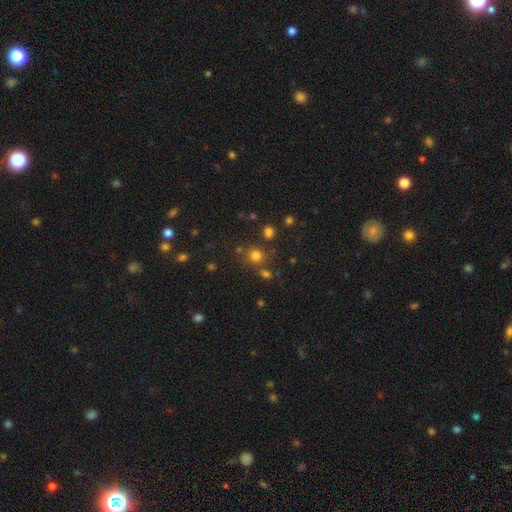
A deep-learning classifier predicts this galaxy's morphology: smooth-or-featured: smooth: 74% | star or artifact: 20% | featured or disk: 7%
  how-rounded: round: 87% | in between: 12% | cigar-shaped: 1%
  merging: none: 75% | merger: 11% | minor disturbance: 10% | major disturbance: 4%